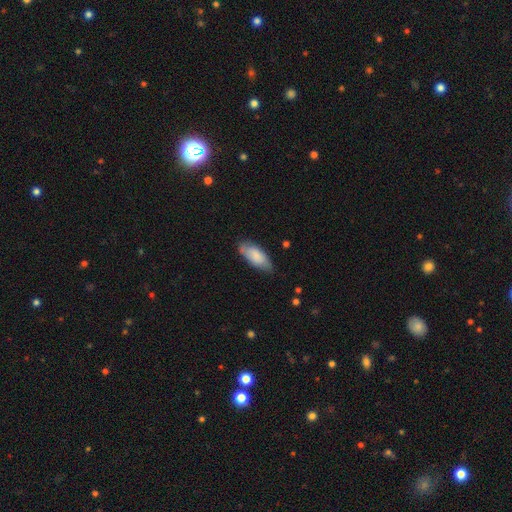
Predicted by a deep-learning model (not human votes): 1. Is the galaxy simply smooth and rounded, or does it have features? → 79% smooth, 15% featured or disk, 6% star or artifact.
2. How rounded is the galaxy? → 85% in between, 13% cigar-shaped, 2% round.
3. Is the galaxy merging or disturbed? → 71% none, 23% minor disturbance, 4% major disturbance, 1% merger.